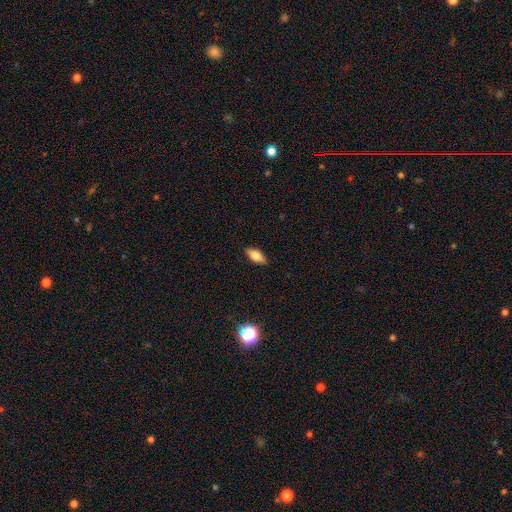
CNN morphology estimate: The model was most divided on "smooth or featured": smooth: 74%, featured or disk: 18%, star or artifact: 8%. More confident: merging — none (87%); how rounded — in between (86%).